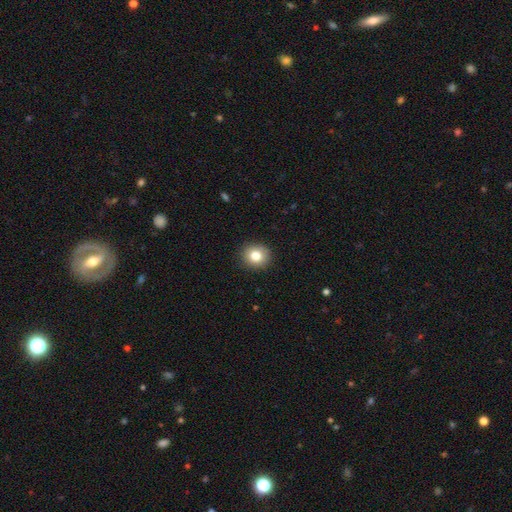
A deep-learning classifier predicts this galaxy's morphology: type=smooth (82%); roundness=round (83%); merging=none (90%).